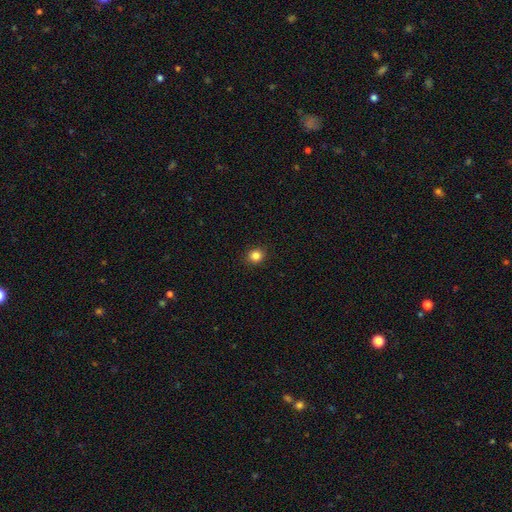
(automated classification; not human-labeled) Q: Smooth or featured?
A: smooth (85%); runner-up: star or artifact (11%)
Q: How rounded?
A: round (83%); runner-up: in between (16%)
Q: Merging?
A: none (91%); runner-up: minor disturbance (6%)